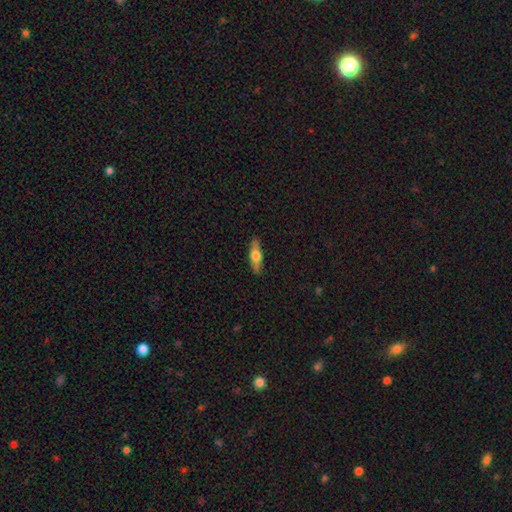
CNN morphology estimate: smooth 52%, featured or disk 42%, star or artifact 6%. Down the decision tree: how rounded — cigar-shaped (60%); merging — none (89%).